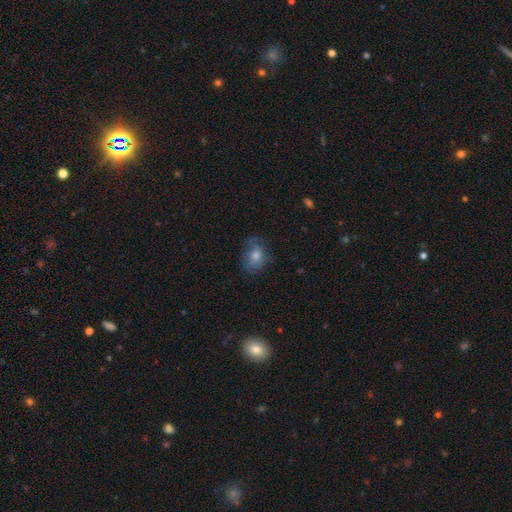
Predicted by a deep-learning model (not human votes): A smooth galaxy with no disk features (67%) that is in between round and cigar-shaped (58%).

Vote fractions:
- Smooth or featured? smooth: 67% / featured or disk: 20% / star or artifact: 13%
- How rounded? in between: 58% / round: 41% / cigar-shaped: 1%
- Merging? none: 63% / minor disturbance: 25% / major disturbance: 10% / merger: 2%